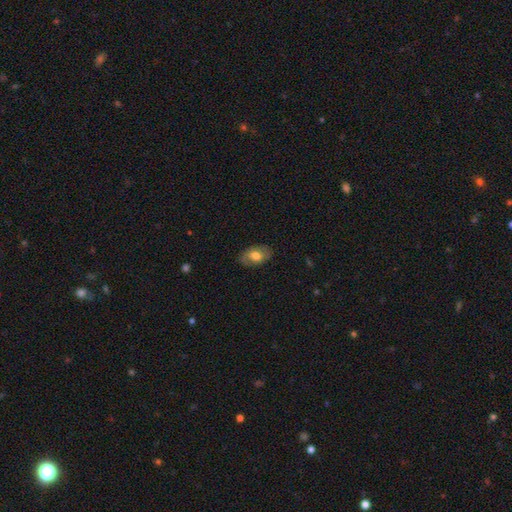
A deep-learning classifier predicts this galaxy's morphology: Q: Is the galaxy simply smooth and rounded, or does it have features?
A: smooth — 63%.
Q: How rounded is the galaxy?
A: in between — 88%.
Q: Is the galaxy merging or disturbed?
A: none — 79%.